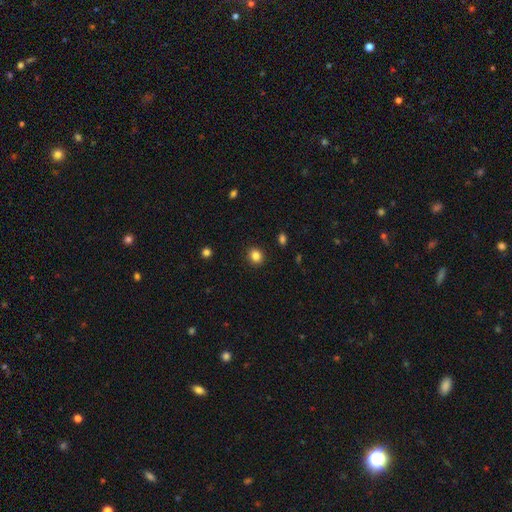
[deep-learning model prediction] Smooth or featured?
  - smooth: 85% *
  - star or artifact: 11%
  - featured or disk: 4%
How rounded?
  - round: 71% *
  - in between: 28%
  - cigar-shaped: 1%
Merging?
  - none: 90% *
  - minor disturbance: 7%
  - major disturbance: 2%
  - merger: 1%